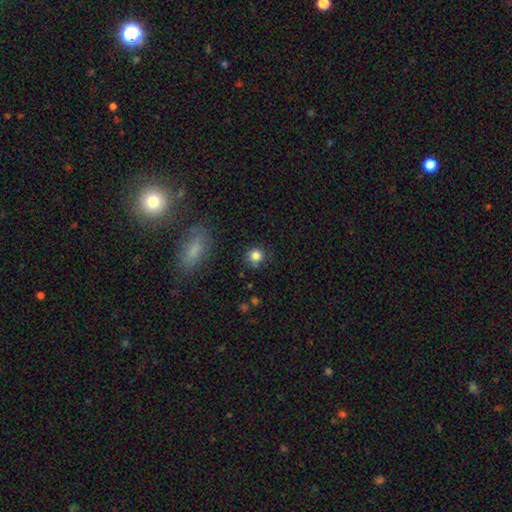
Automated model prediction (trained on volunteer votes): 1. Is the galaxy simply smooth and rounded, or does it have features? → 83% smooth, 11% star or artifact, 6% featured or disk.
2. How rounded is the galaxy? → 87% round, 12% in between, 1% cigar-shaped.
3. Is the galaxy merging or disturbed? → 81% none, 13% minor disturbance, 4% major disturbance, 2% merger.